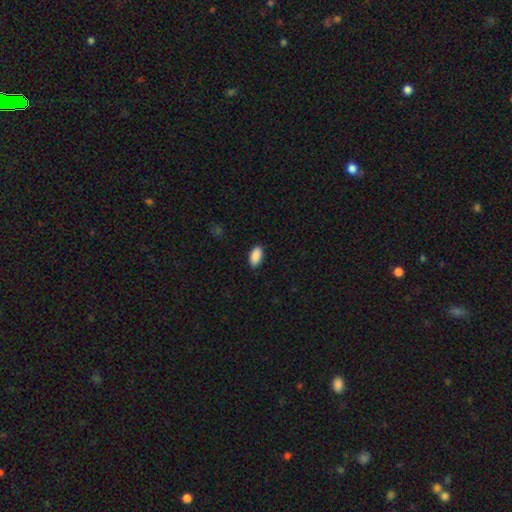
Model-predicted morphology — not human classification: Smooth or featured?
  - smooth: 90% *
  - star or artifact: 7%
  - featured or disk: 3%
How rounded?
  - in between: 94% *
  - cigar-shaped: 3%
  - round: 3%
Merging?
  - none: 87% *
  - minor disturbance: 10%
  - major disturbance: 2%
  - merger: 1%